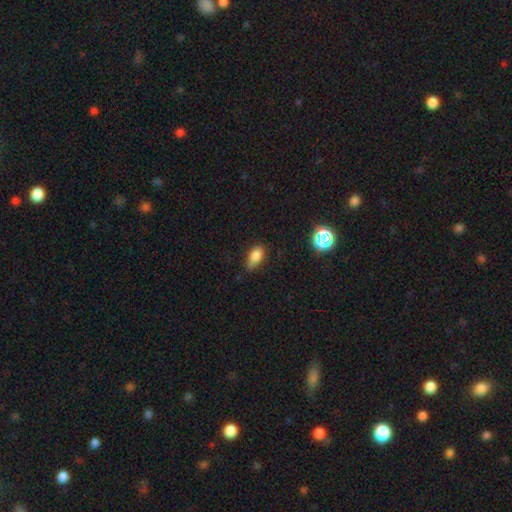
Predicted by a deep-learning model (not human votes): A smooth galaxy with no disk features (80%) that is in between round and cigar-shaped (84%). Merging: none (55%).